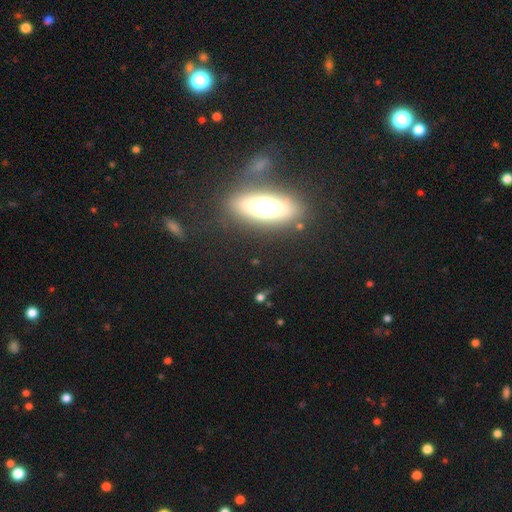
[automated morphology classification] Smooth or featured? smooth (49%)
Merging? none (75%)